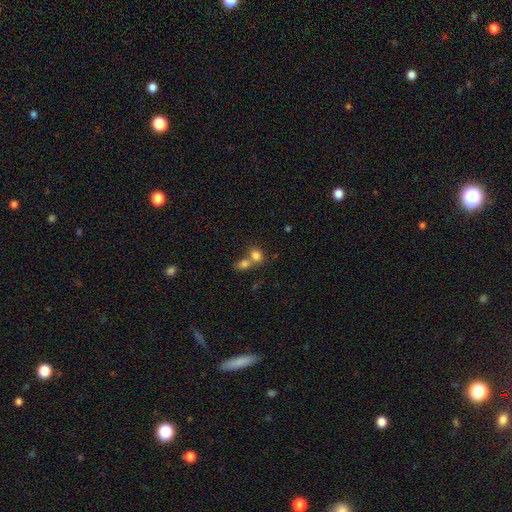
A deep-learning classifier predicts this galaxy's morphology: Smooth or featured? Predicted: smooth (p=0.80). How rounded? Predicted: in between (p=0.54). Merging? Predicted: merger (p=0.59).